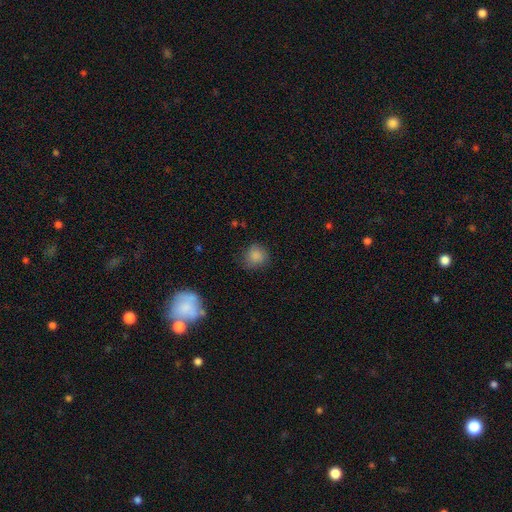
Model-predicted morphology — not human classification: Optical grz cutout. It shows a smooth galaxy with no disk features (84%) that is round (84%). Merging: none (74%).